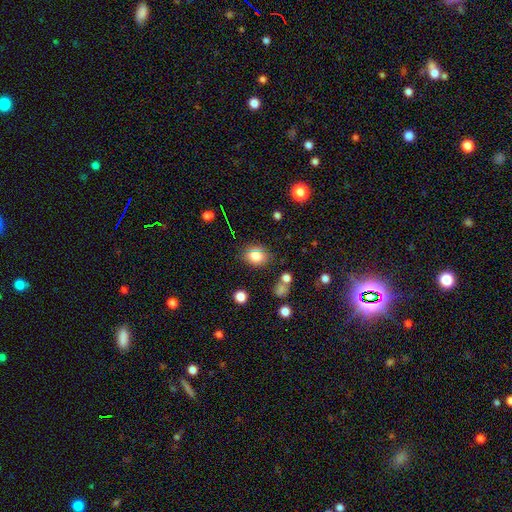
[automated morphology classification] Smooth or featured? smooth (75%)
How rounded? round (51%)
Merging? none (77%)